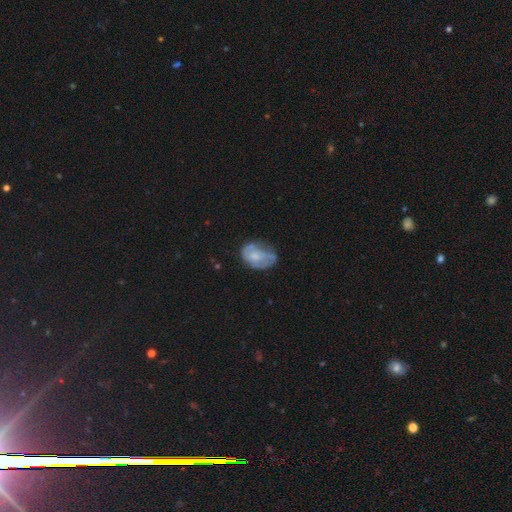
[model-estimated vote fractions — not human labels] smooth-or-featured: smooth: 47% | featured or disk: 46% | star or artifact: 8%
  merging: none: 41% | minor disturbance: 35% | major disturbance: 21% | merger: 3%